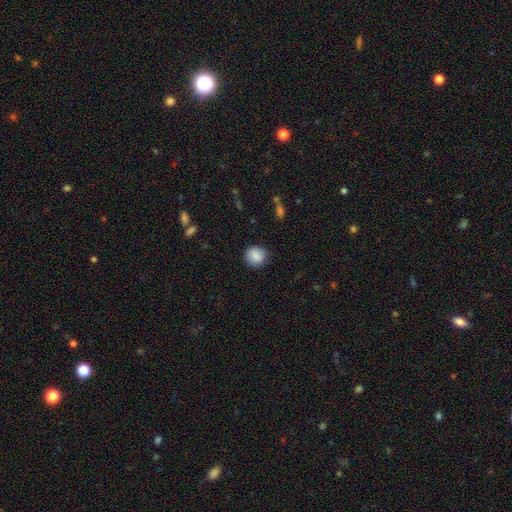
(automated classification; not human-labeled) smooth-or-featured: smooth: 86% | star or artifact: 8% | featured or disk: 6%
  how-rounded: round: 87% | in between: 12% | cigar-shaped: 1%
  merging: none: 86% | minor disturbance: 10% | major disturbance: 3% | merger: 1%